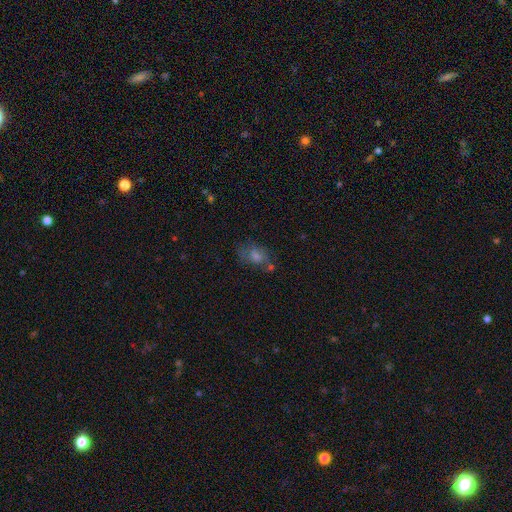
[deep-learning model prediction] Q: Smooth or featured?
A: smooth (46%); runner-up: featured or disk (31%)
Q: Merging?
A: none (55%); runner-up: minor disturbance (20%)